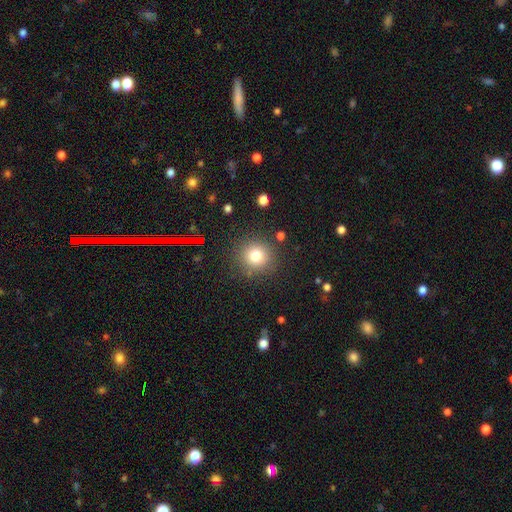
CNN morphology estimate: A smooth galaxy with no disk features (77%) that is round (91%).

Vote fractions:
- Smooth or featured? smooth: 77% / star or artifact: 15% / featured or disk: 8%
- How rounded? round: 91% / in between: 9% / cigar-shaped: 1%
- Merging? none: 86% / minor disturbance: 8% / major disturbance: 3% / merger: 3%